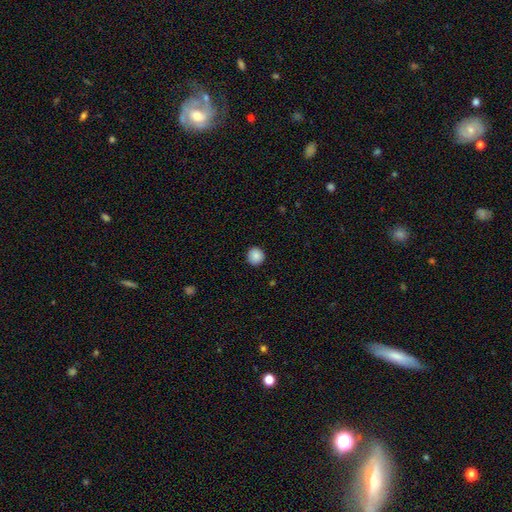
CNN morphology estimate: A smooth galaxy with no disk features (88%) that is round (94%). Merging: none (92%).